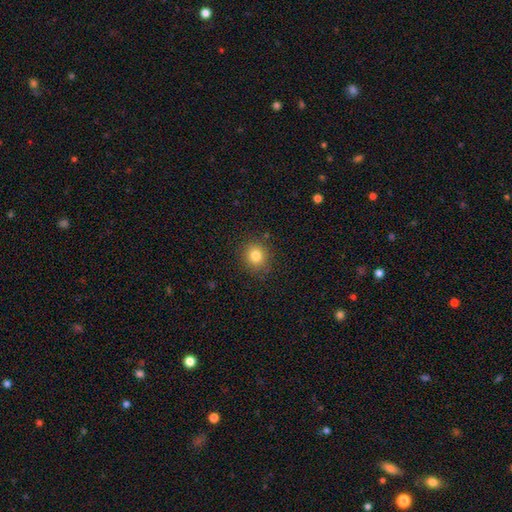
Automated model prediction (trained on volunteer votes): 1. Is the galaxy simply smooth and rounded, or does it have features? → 81% smooth, 12% star or artifact, 7% featured or disk.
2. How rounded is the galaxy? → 83% round, 16% in between, 1% cigar-shaped.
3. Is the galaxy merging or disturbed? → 87% none, 8% minor disturbance, 3% major disturbance, 1% merger.